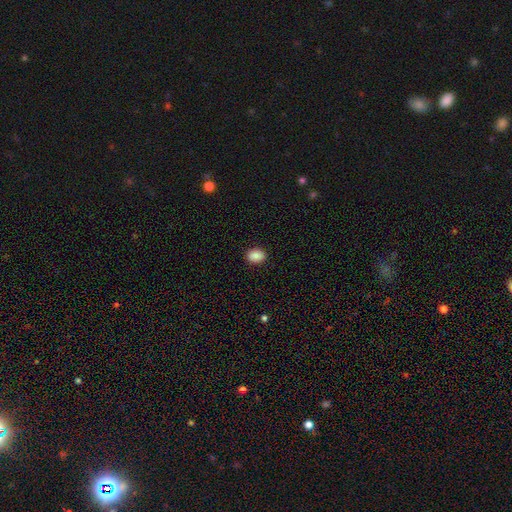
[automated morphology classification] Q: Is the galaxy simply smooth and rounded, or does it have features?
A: smooth — 88%.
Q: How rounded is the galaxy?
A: in between — 63%.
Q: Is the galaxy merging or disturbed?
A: none — 90%.